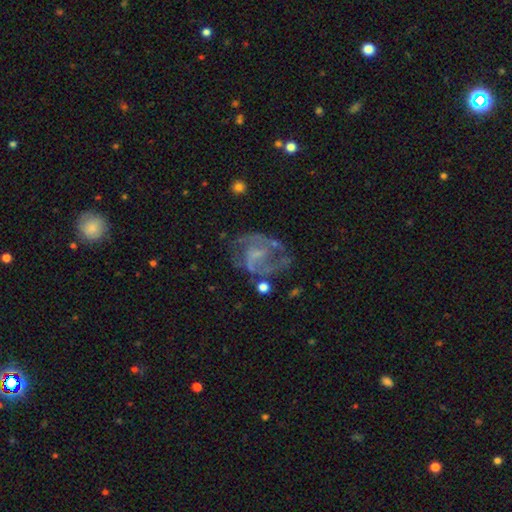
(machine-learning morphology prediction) smooth-or-featured: featured or disk: 79% | smooth: 12% | star or artifact: 9%
  disk-edge-on: no: 98% | yes: 2%
    bar: weak: 46% | no: 42% | strong: 13%
    has-spiral-arms: yes: 84% | no: 16%
      spiral-winding: medium: 50% | loose: 28% | tight: 22%
      spiral-arm-count: 2: 67% | can't tell: 15% | 3: 7% | 1: 6% | 4: 2% | more than 4: 2%
    bulge-size: small: 41% | none: 40% | moderate: 16% | large: 2% | dominant: 1%
  merging: none: 50% | major disturbance: 24% | minor disturbance: 21% | merger: 5%